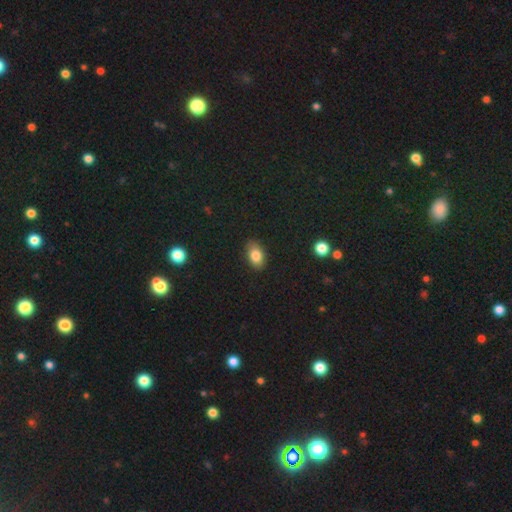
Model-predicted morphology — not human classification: Smooth or featured: smooth — 81% (featured or disk — 10%)
How rounded: in between — 87% (round — 11%)
Merging: none — 86% (minor disturbance — 10%)